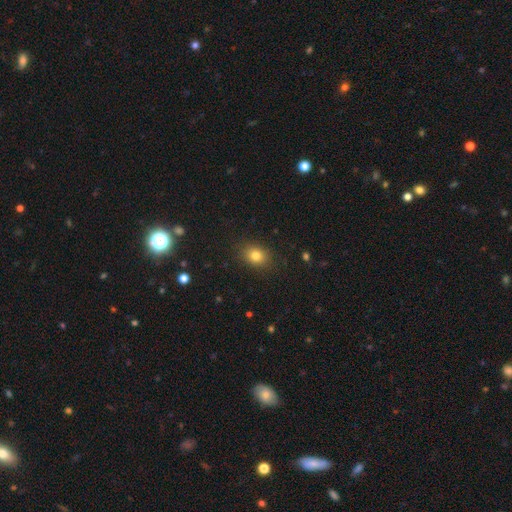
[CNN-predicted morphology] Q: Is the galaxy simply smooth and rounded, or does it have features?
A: smooth — 80%.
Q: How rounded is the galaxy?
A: in between — 54%.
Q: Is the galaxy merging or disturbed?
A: none — 87%.